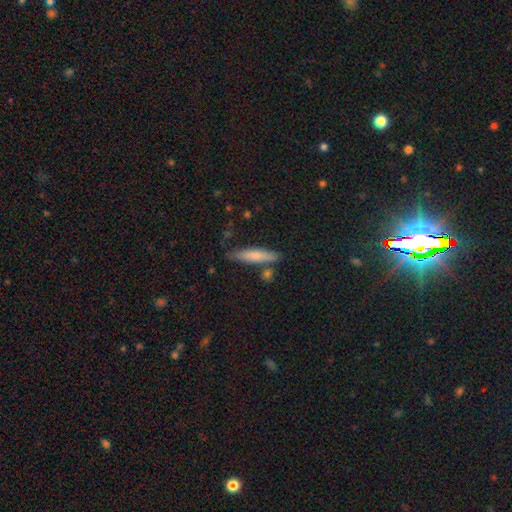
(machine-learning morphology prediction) Smooth or featured?
  - smooth: 72% *
  - featured or disk: 21%
  - star or artifact: 6%
How rounded?
  - cigar-shaped: 85% *
  - in between: 13%
  - round: 2%
Merging?
  - none: 78% *
  - minor disturbance: 13%
  - merger: 6%
  - major disturbance: 3%